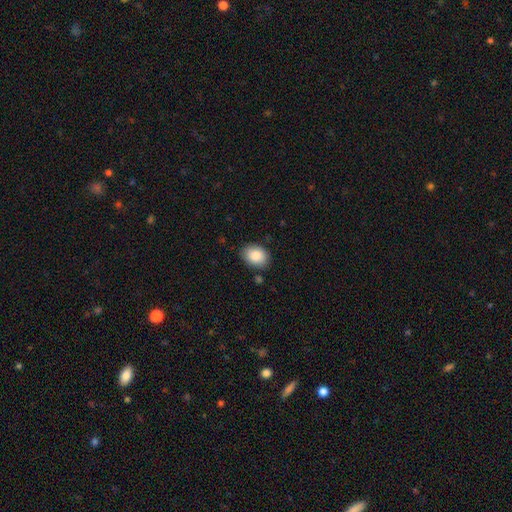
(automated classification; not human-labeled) smooth-or-featured: smooth: 87% | star or artifact: 7% | featured or disk: 6%
  how-rounded: in between: 72% | round: 27% | cigar-shaped: 1%
  merging: none: 82% | minor disturbance: 13% | merger: 3% | major disturbance: 3%